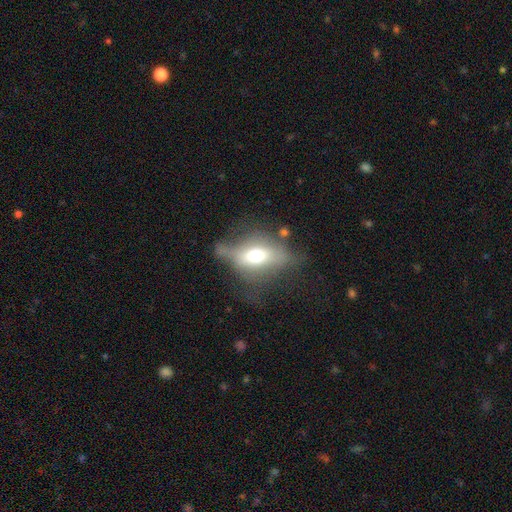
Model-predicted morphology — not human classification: type=smooth (47%); merging=none (37%).